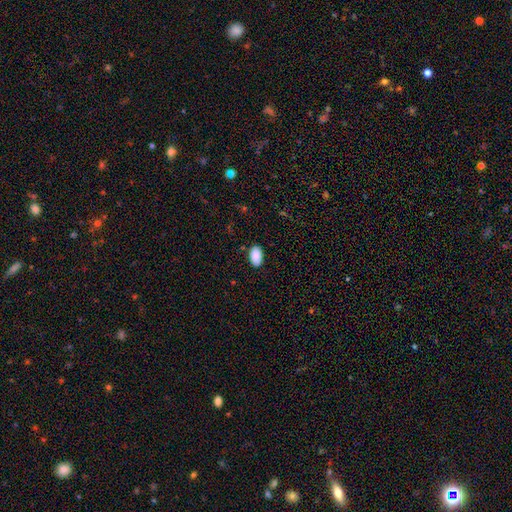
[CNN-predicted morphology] This is clearly a smooth galaxy (90%). How rounded: clearly in between (95%). Merging: clearly none (85%).